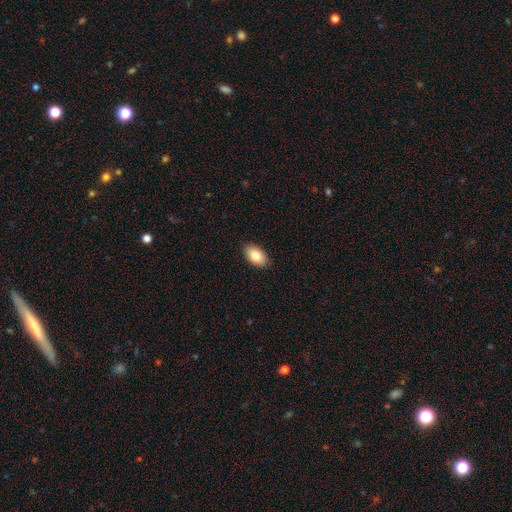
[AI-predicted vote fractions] Overall: smooth (83%). How rounded: in between (92%). Merging: none (89%).